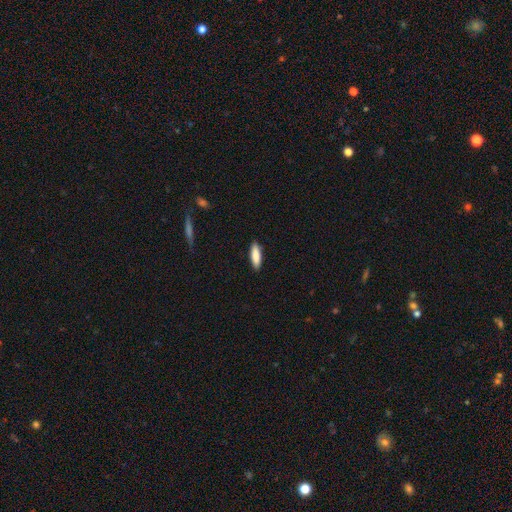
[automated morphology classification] A smooth galaxy with no disk features (87%) that is cigar-shaped (50%). Merging: none (89%).